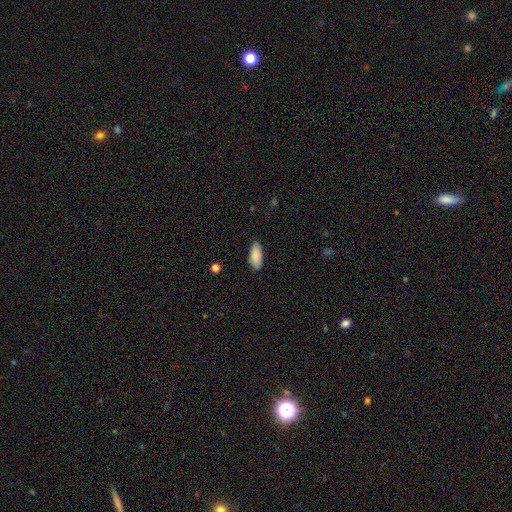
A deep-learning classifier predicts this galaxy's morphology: smooth-or-featured: smooth: 89% | star or artifact: 6% | featured or disk: 5%
  how-rounded: in between: 88% | cigar-shaped: 11% | round: 2%
  merging: none: 86% | minor disturbance: 11% | major disturbance: 2% | merger: 1%